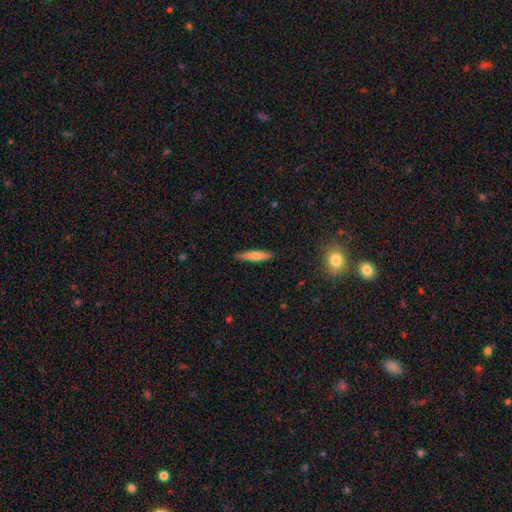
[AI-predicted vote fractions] A smooth galaxy with no disk features (68%) that is cigar-shaped (87%). Merging: none (87%).